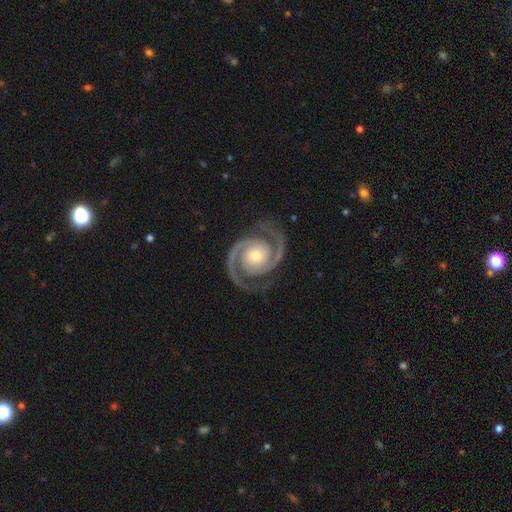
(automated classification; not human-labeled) smooth-or-featured: featured or disk: 94% | star or artifact: 4% | smooth: 2%
  disk-edge-on: no: 98% | yes: 2%
    bar: no: 74% | weak: 16% | strong: 10%
    has-spiral-arms: yes: 99% | no: 1%
      spiral-winding: tight: 55% | medium: 40% | loose: 5%
      spiral-arm-count: 2: 94% | 3: 2% | can't tell: 1% | 1: 1% | 4: 1% | more than 4: 1%
    bulge-size: moderate: 53% | small: 41% | large: 3% | none: 1% | dominant: 1%
  merging: none: 86% | minor disturbance: 10% | major disturbance: 3% | merger: 1%